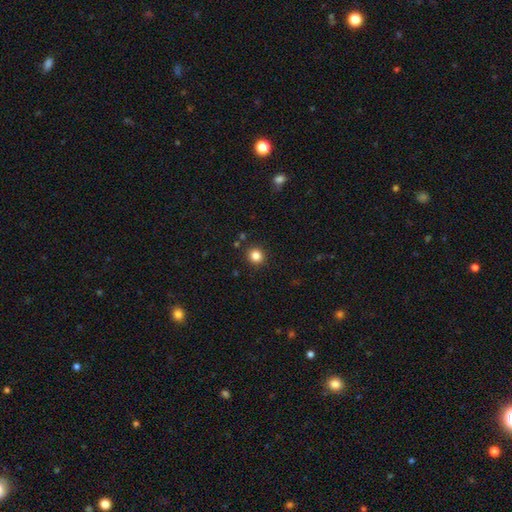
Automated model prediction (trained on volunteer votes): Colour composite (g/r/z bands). It shows a smooth galaxy with no disk features (83%) that is round (91%). Merging: none (90%).